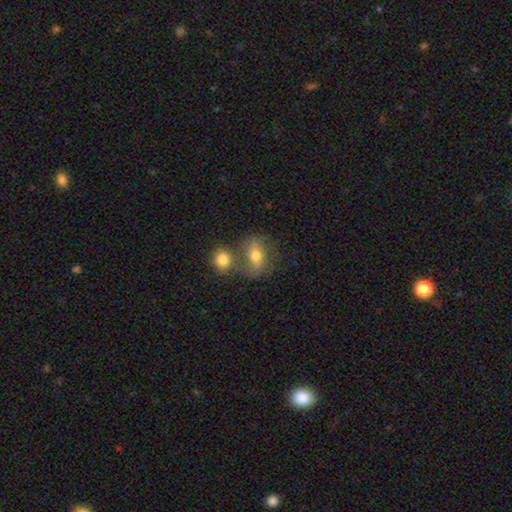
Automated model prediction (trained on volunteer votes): Smooth or featured? Predicted: smooth (p=0.55). How rounded? Predicted: in between (p=0.60). Merging? Predicted: none (p=0.48).